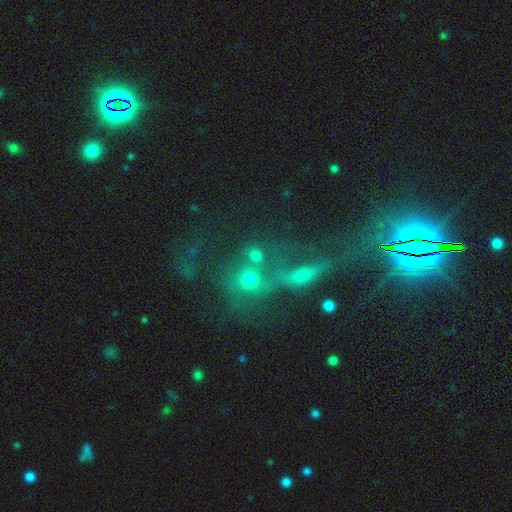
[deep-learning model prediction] smooth 58%, star or artifact 23%, featured or disk 19%. Down the decision tree: how rounded — round (71%); merging — none (41%).